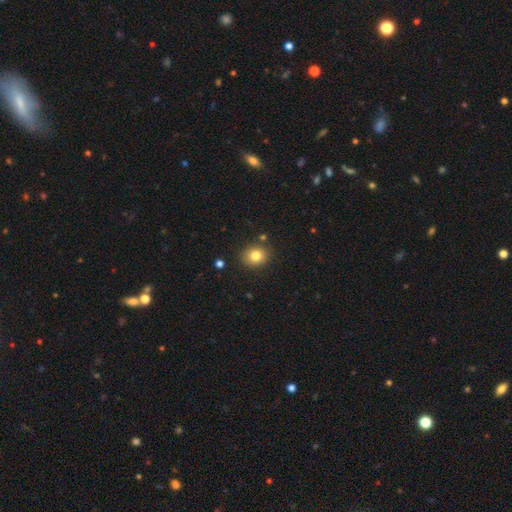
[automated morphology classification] Smooth or featured? smooth (81%)
How rounded? round (64%)
Merging? none (85%)